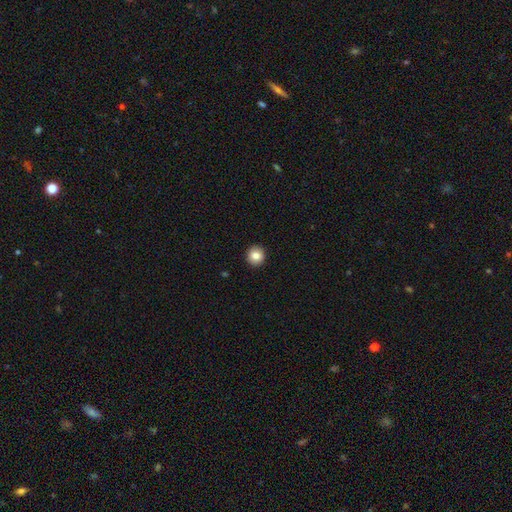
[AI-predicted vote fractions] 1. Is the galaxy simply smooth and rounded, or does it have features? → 84% smooth, 9% star or artifact, 7% featured or disk.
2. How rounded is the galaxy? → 92% round, 7% in between, 1% cigar-shaped.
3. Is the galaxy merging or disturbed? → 93% none, 5% minor disturbance, 1% major disturbance, 1% merger.